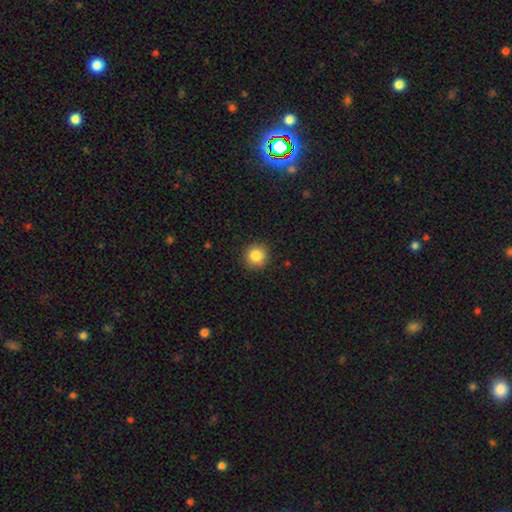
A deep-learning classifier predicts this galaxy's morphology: Smooth or featured? smooth (85%)
How rounded? round (93%)
Merging? none (91%)